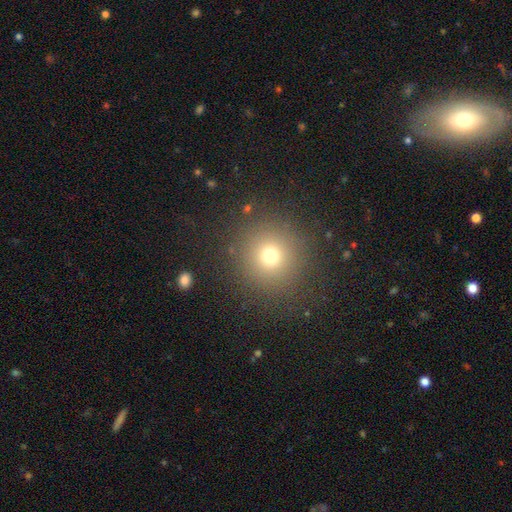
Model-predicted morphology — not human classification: smooth_or_featured: smooth (p=0.61) [alt: star or artifact p=0.29]
how_rounded: round (p=0.93) [alt: in between p=0.06]
merging: none (p=0.90) [alt: minor disturbance p=0.05]